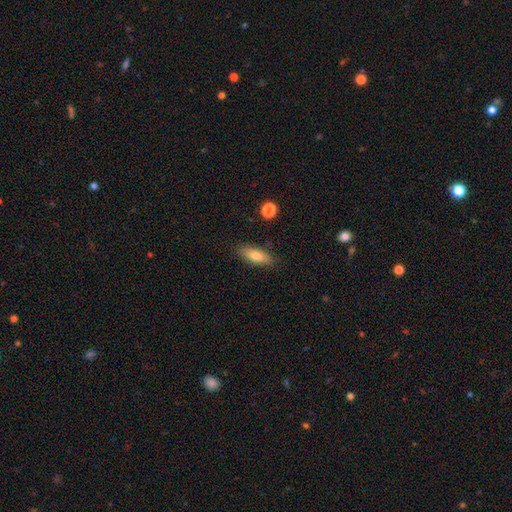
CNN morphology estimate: Smooth or featured: smooth — 76% (featured or disk — 17%)
How rounded: in between — 63% (cigar-shaped — 34%)
Merging: none — 86% (minor disturbance — 11%)